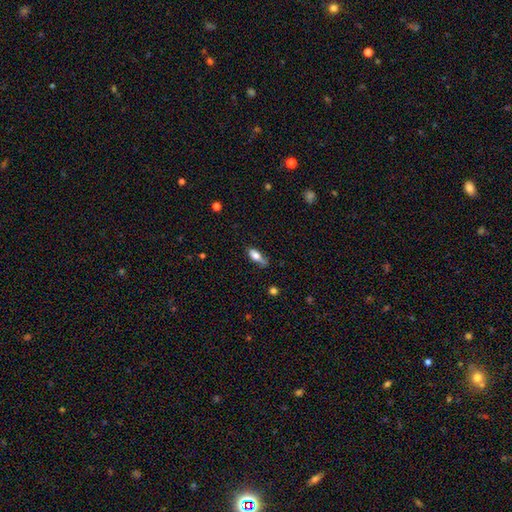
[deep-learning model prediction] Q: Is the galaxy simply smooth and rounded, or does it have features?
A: smooth — 68%.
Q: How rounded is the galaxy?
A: in between — 70%.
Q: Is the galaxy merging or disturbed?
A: none — 59%.